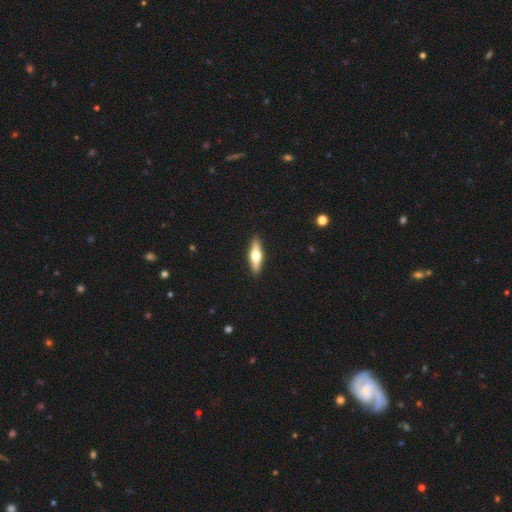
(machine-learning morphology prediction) This is possibly a featured or disk galaxy (53%). It is clearly viewed edge-on (92%). Merging: clearly none (91%).